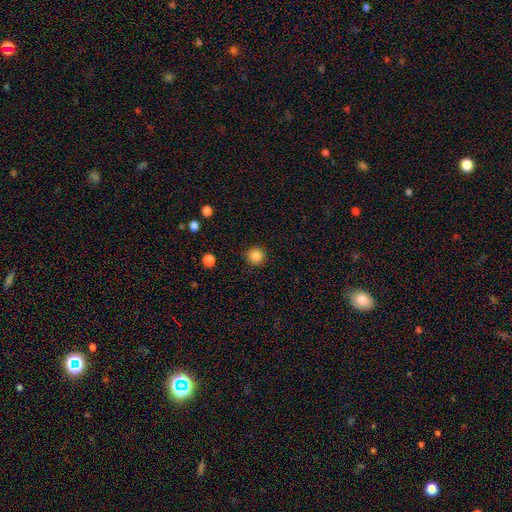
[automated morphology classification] smooth-or-featured: smooth: 85% | star or artifact: 11% | featured or disk: 4%
  how-rounded: round: 94% | in between: 5% | cigar-shaped: 1%
  merging: none: 90% | minor disturbance: 7% | major disturbance: 2% | merger: 1%